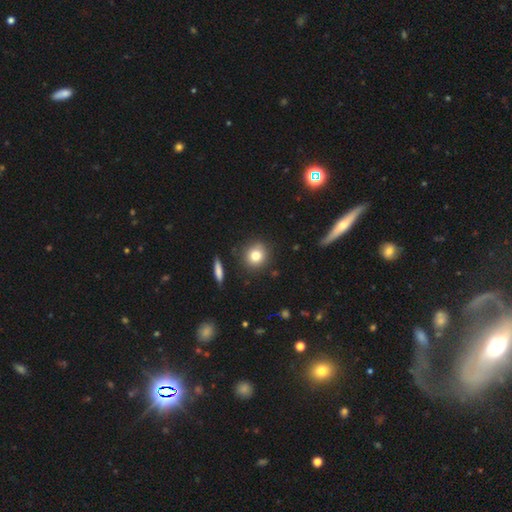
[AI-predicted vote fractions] smooth 80%, star or artifact 11%, featured or disk 10%. Down the decision tree: how rounded — round (87%); merging — none (87%).